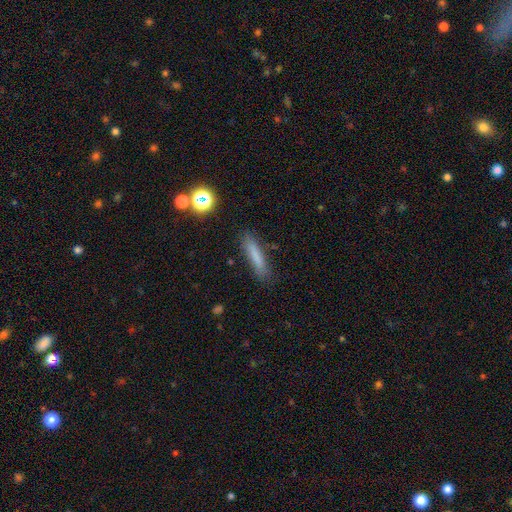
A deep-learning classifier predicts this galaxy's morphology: smooth-or-featured: smooth: 75% | featured or disk: 13% | star or artifact: 11%
  how-rounded: cigar-shaped: 86% | in between: 12% | round: 2%
  merging: none: 82% | minor disturbance: 12% | major disturbance: 3% | merger: 2%